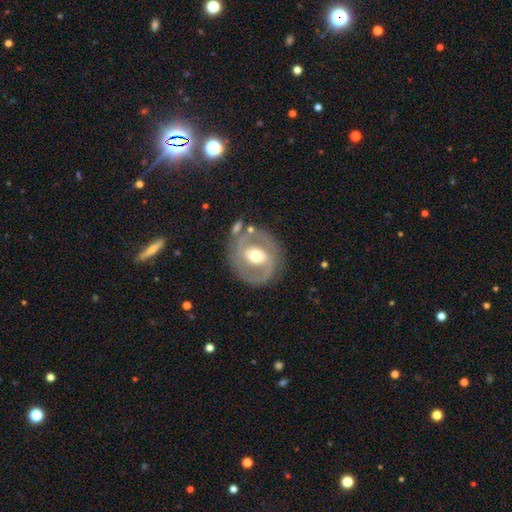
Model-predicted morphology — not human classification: Smooth or featured? Predicted: featured or disk (p=0.73). Edge-on disk? Predicted: no (p=0.96). Bar? Predicted: weak (p=0.38). Spiral arms? Predicted: yes (p=0.65). Bulge size? Predicted: moderate (p=0.72). Merging? Predicted: none (p=0.75).